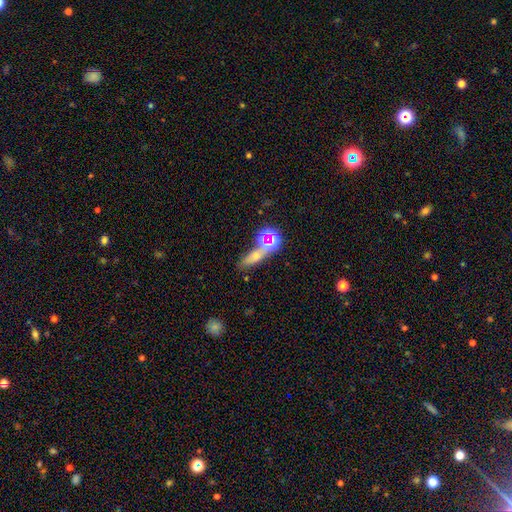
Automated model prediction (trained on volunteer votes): This appears to be a smooth galaxy with no disk features (45%). Merging: none (51%).